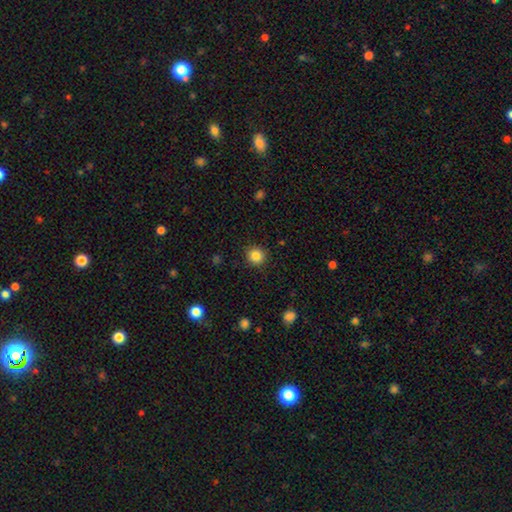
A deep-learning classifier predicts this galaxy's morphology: Smooth or featured? smooth (84%)
How rounded? round (93%)
Merging? none (91%)